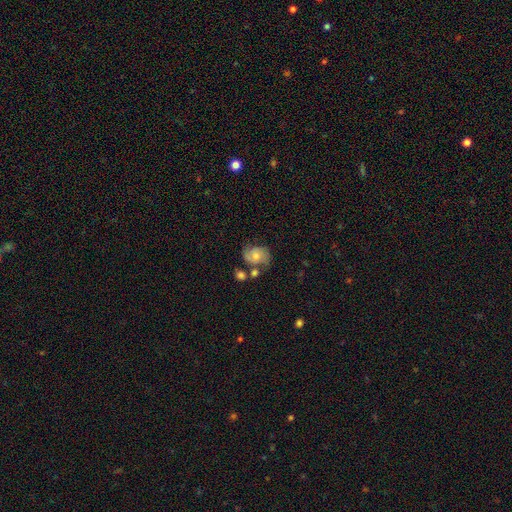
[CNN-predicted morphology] smooth-or-featured: featured or disk: 52% | smooth: 40% | star or artifact: 9%
  disk-edge-on: no: 97% | yes: 3%
    bar: no: 73% | weak: 23% | strong: 4%
    has-spiral-arms: yes: 83% | no: 17%
    bulge-size: moderate: 56% | small: 34% | large: 5% | none: 3% | dominant: 1%
  merging: none: 51% | minor disturbance: 22% | merger: 16% | major disturbance: 11%